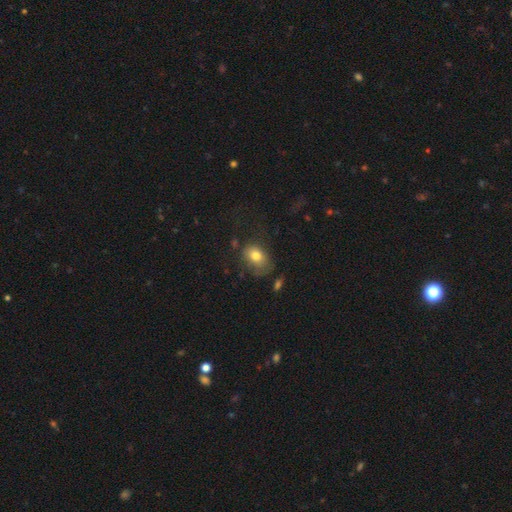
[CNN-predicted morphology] type=smooth (77%); roundness=in between (69%); merging=none (53%).